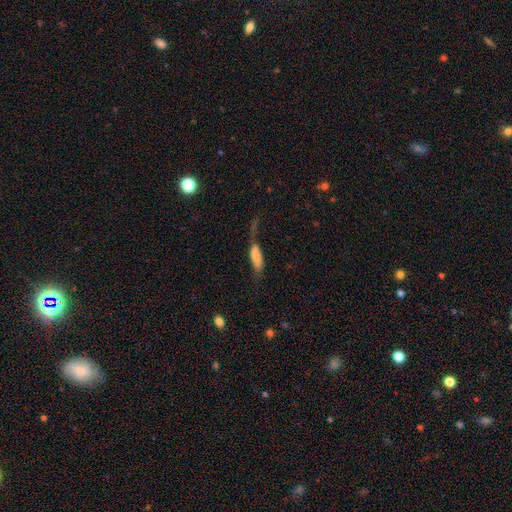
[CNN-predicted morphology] smooth_or_featured: smooth (p=0.65) [alt: featured or disk p=0.27]
how_rounded: in between (p=0.61) [alt: cigar-shaped p=0.36]
merging: major disturbance (p=0.39) [alt: none p=0.31]